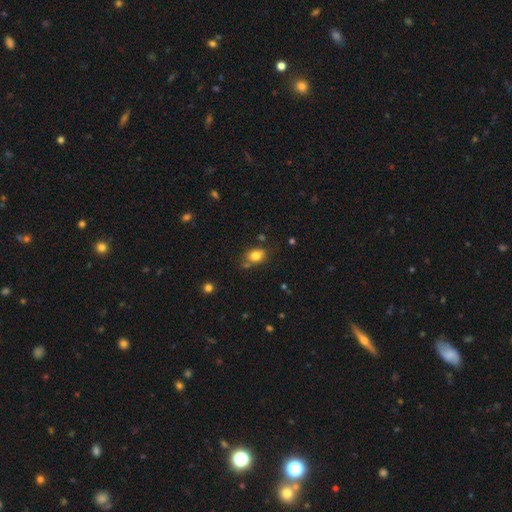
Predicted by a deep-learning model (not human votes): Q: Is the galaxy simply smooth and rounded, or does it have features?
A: smooth — 80%.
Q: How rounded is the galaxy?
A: in between — 66%.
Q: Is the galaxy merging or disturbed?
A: none — 69%.